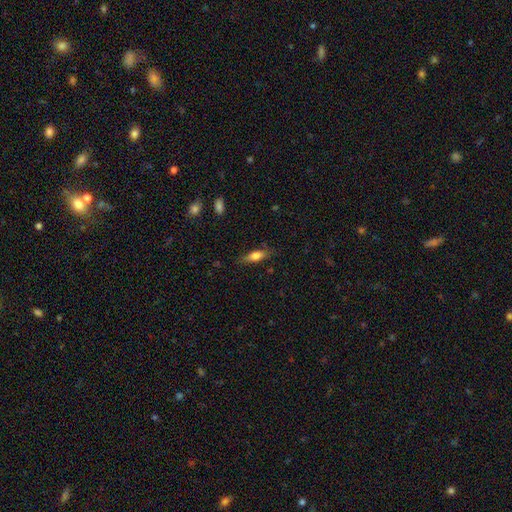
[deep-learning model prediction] This appears to be a smooth galaxy with no disk features (69%) that is in between round and cigar-shaped (54%). Merging: none (78%).